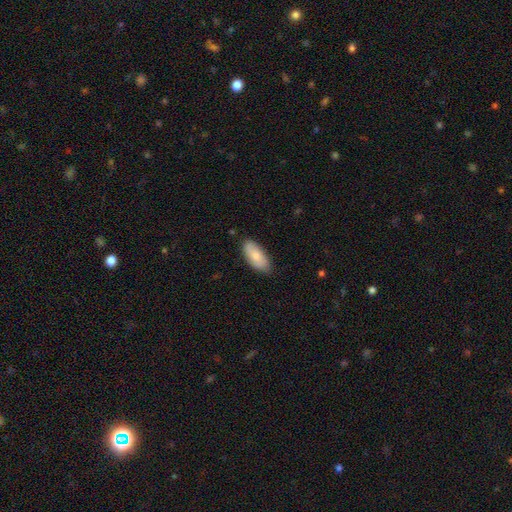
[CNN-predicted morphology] Overall: smooth (78%). How rounded: in between (90%). Merging: none (79%).